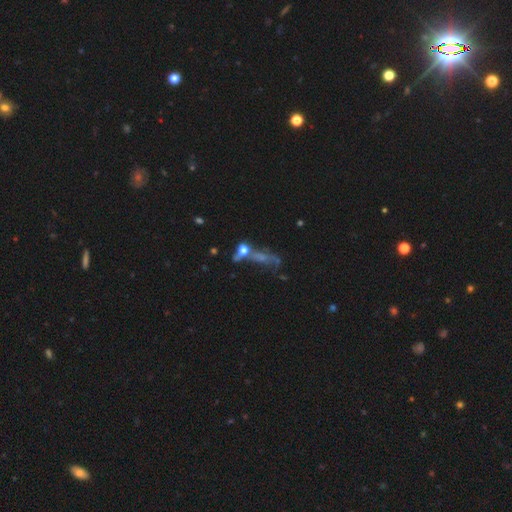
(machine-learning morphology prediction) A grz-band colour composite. It shows a smooth galaxy with no disk features (37%). Merging: merger (40%).